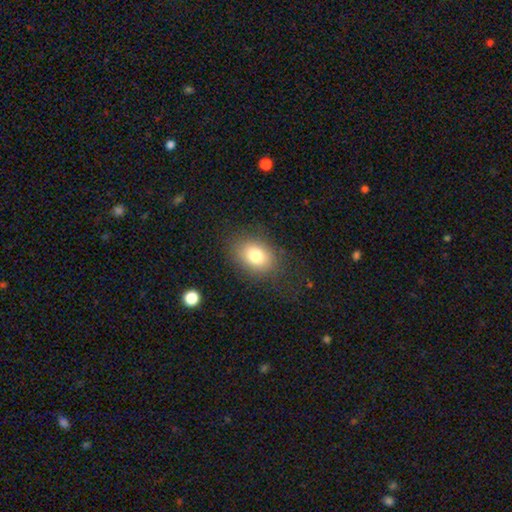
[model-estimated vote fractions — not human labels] This is likely a smooth galaxy (78%). How rounded: likely in between (63%). Merging: clearly none (81%).